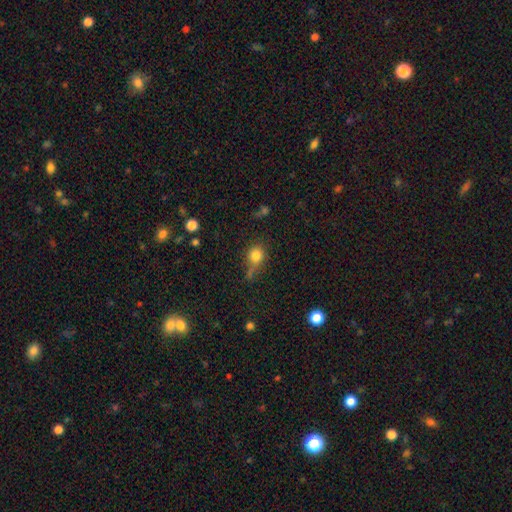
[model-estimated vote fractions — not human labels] Smooth or featured? smooth (79%)
How rounded? round (77%)
Merging? none (57%)